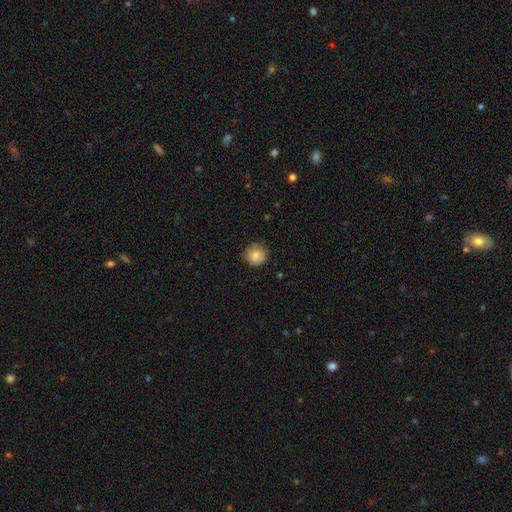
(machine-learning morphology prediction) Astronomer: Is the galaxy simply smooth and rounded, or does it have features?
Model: smooth — 83%.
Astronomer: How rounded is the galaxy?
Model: round — 87%.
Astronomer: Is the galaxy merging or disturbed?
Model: none — 76%.